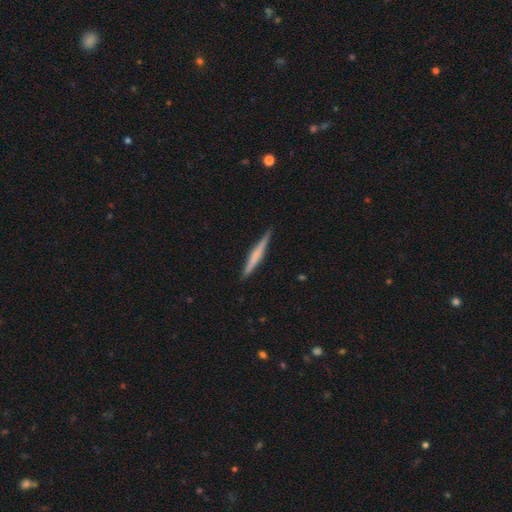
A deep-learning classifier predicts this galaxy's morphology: smooth-or-featured: featured or disk: 51% | smooth: 44% | star or artifact: 6%
  disk-edge-on: yes: 98% | no: 2%
  merging: none: 90% | minor disturbance: 8% | major disturbance: 1% | merger: 1%